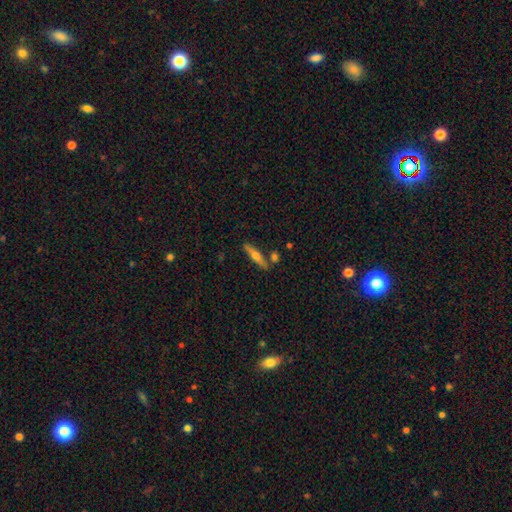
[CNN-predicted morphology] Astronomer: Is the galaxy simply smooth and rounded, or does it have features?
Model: featured or disk — 51% (runner-up: smooth, 43%).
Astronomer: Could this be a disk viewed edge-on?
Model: yes — 92%.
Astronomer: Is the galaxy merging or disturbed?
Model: none — 76%.